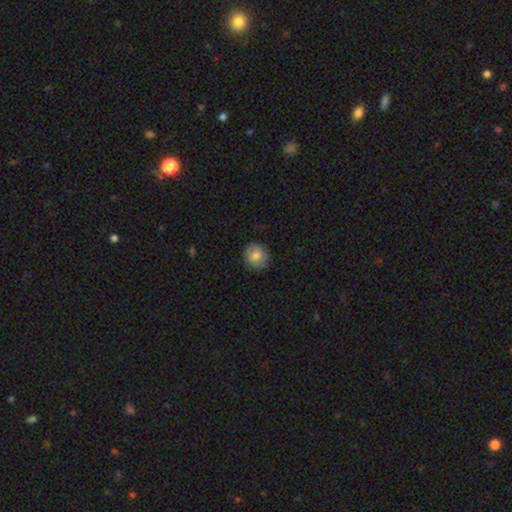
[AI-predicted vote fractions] Smooth or featured? Predicted: smooth (p=0.82). How rounded? Predicted: round (p=0.85). Merging? Predicted: none (p=0.86).